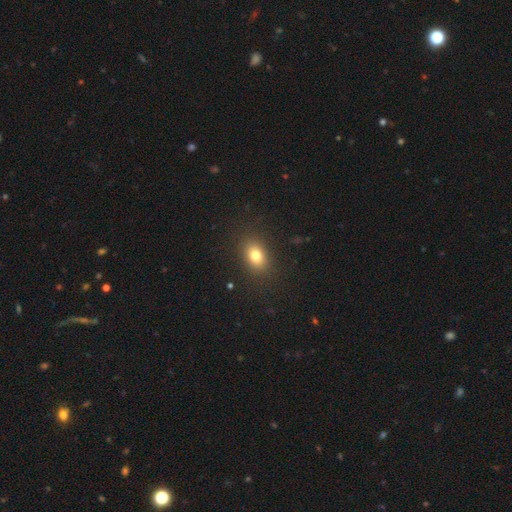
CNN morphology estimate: A smooth galaxy with no disk features (78%) that is in between round and cigar-shaped (71%). Merging: none (87%).